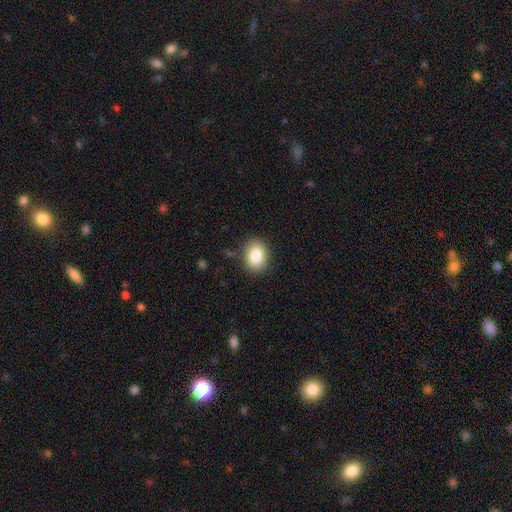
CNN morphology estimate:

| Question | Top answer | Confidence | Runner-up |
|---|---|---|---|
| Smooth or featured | smooth | 84% | star or artifact (9%) |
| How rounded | in between | 61% | round (38%) |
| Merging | none | 85% | minor disturbance (10%) |